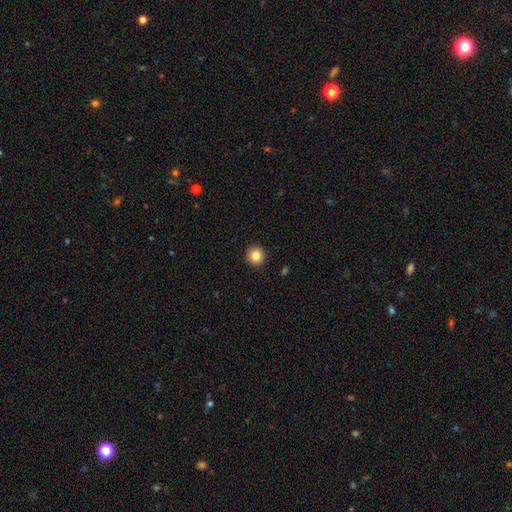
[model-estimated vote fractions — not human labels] Q: Smooth or featured?
A: smooth (85%); runner-up: star or artifact (10%)
Q: How rounded?
A: round (95%); runner-up: in between (4%)
Q: Merging?
A: none (93%); runner-up: minor disturbance (5%)